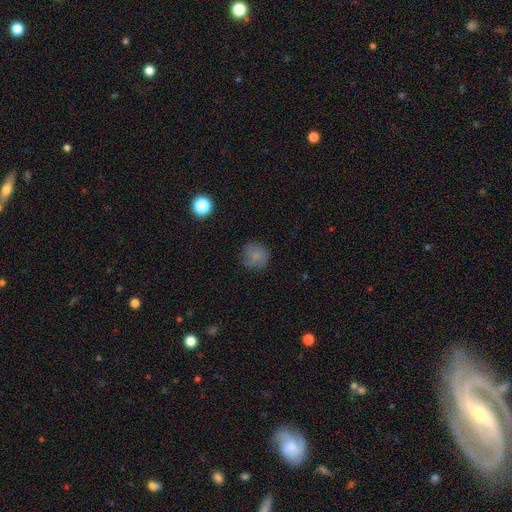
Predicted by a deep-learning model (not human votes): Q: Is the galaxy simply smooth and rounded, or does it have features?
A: smooth — 70%.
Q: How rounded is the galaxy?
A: round — 88%.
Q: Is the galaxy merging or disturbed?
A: none — 73%.